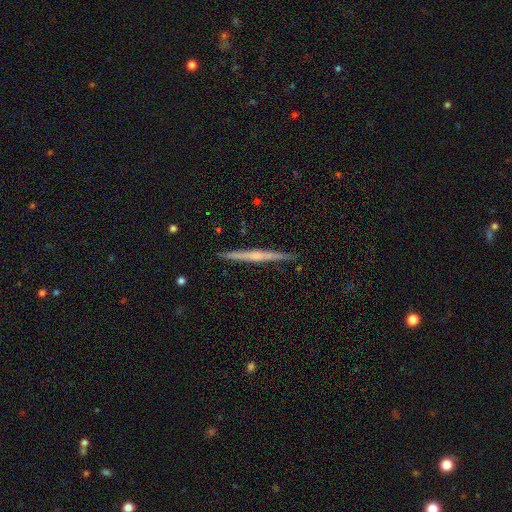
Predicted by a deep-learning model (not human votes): A featured or disk galaxy (69%) viewed edge-on (98%) with no central bulge (47%).

Vote fractions:
- Smooth or featured? featured or disk: 69% / smooth: 25% / star or artifact: 6%
- Edge-on disk? yes: 98% / no: 2%
- Edge-on bulge? none: 47% / rounded: 44% / boxy: 10%
- Merging? none: 92% / minor disturbance: 6% / major disturbance: 1% / merger: 1%